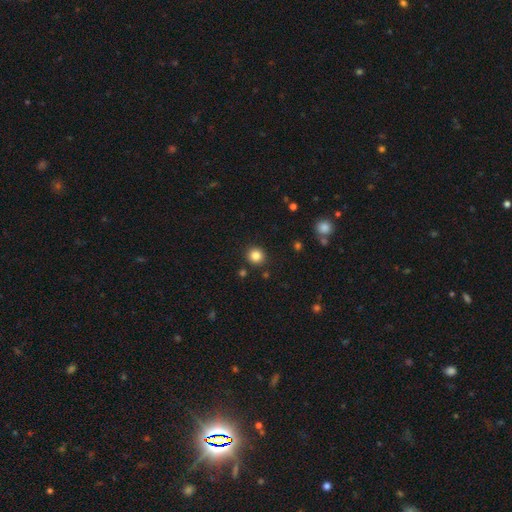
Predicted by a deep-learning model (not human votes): This is clearly a smooth galaxy (84%). How rounded: clearly round (92%). Merging: clearly none (90%).